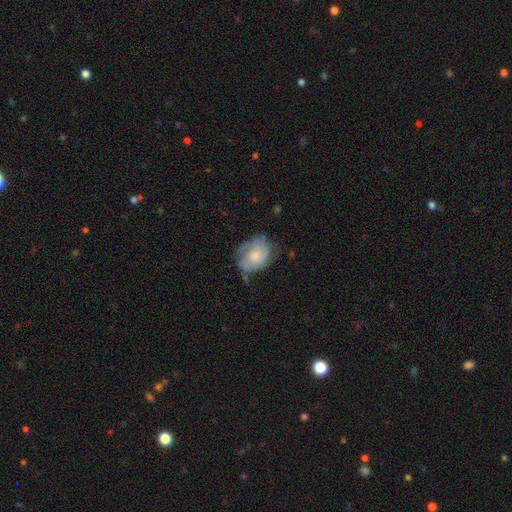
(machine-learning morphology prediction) This is possibly a featured or disk galaxy (58%). It is clearly not viewed edge-on (97%). Bar: likely no (80%). Spiral arm pattern: likely yes (73%). Central bulge: possibly moderate (46%). Merging: possibly none (55%).